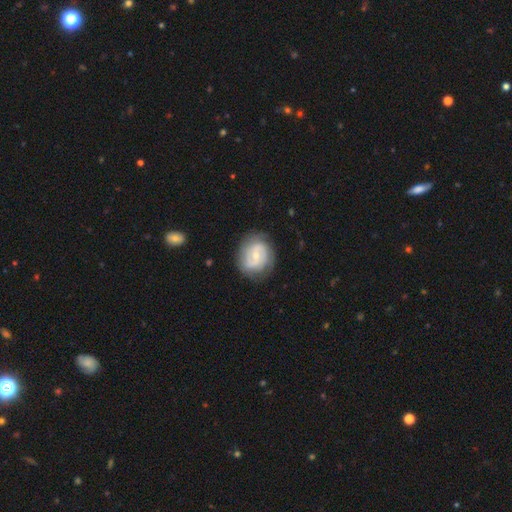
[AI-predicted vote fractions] smooth-or-featured: featured or disk: 68% | smooth: 26% | star or artifact: 6%
  disk-edge-on: no: 98% | yes: 2%
    bar: no: 53% | weak: 37% | strong: 9%
    has-spiral-arms: yes: 81% | no: 19%
      spiral-winding: tight: 50% | medium: 35% | loose: 14%
      spiral-arm-count: 2: 58% | can't tell: 26% | 3: 7% | 1: 4% | 4: 2% | more than 4: 2%
    bulge-size: small: 54% | moderate: 42% | large: 2% | none: 1% | dominant: 1%
  merging: none: 77% | minor disturbance: 16% | major disturbance: 6% | merger: 1%